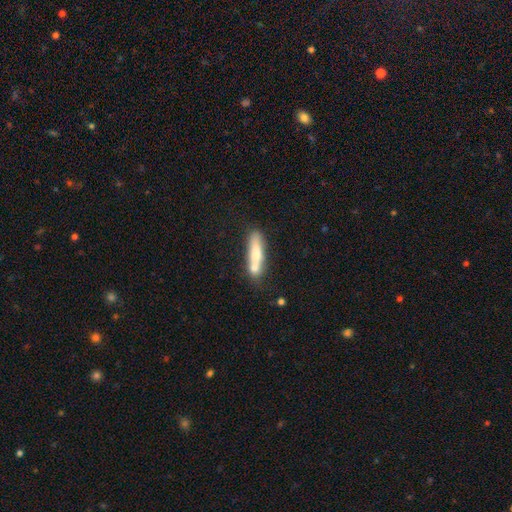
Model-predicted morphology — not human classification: The model was most divided on "merging": none: 53%, merger: 25%, minor disturbance: 17%, major disturbance: 5%. More confident: how rounded — cigar-shaped (79%); smooth or featured — smooth (64%).